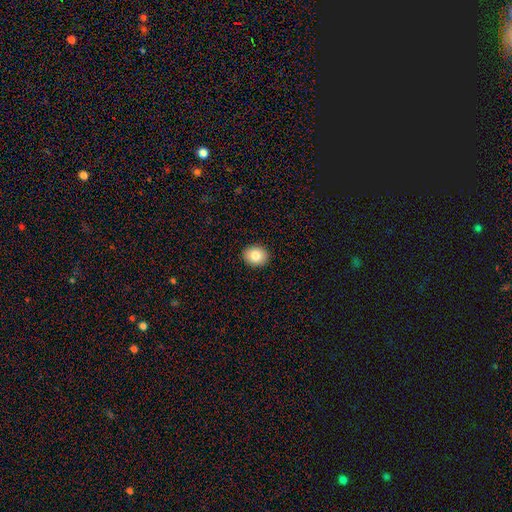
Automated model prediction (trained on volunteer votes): smooth 83%, star or artifact 9%, featured or disk 8%. Down the decision tree: how rounded — round (65%); merging — none (92%).